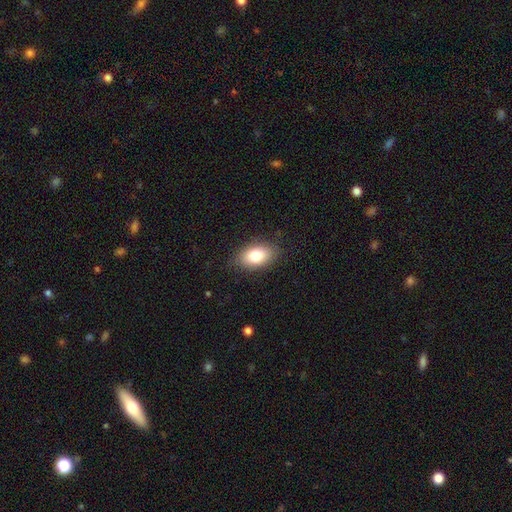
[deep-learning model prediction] This appears to be a smooth galaxy with no disk features (80%) that is in between round and cigar-shaped (90%). Merging: none (85%).